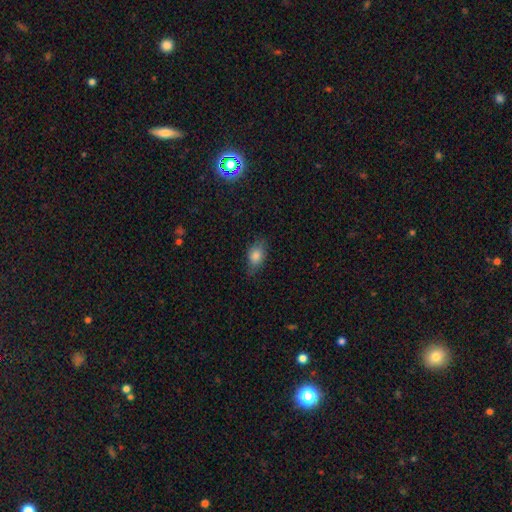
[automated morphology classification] A smooth galaxy with no disk features (80%) that is in between round and cigar-shaped (83%). Merging: none (70%).